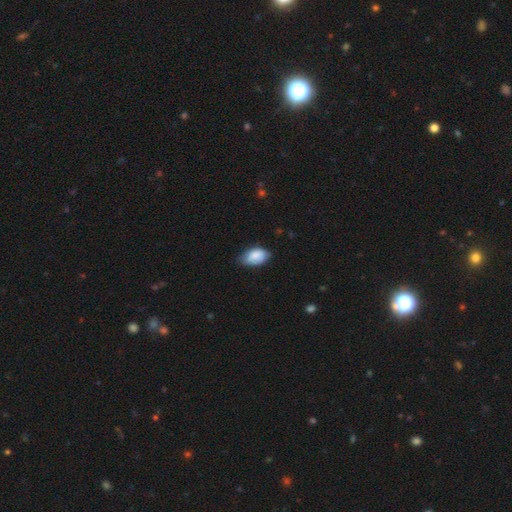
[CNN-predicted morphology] smooth_or_featured: smooth (p=0.87) [alt: featured or disk p=0.07]
how_rounded: in between (p=0.93) [alt: round p=0.05]
merging: none (p=0.66) [alt: minor disturbance p=0.29]